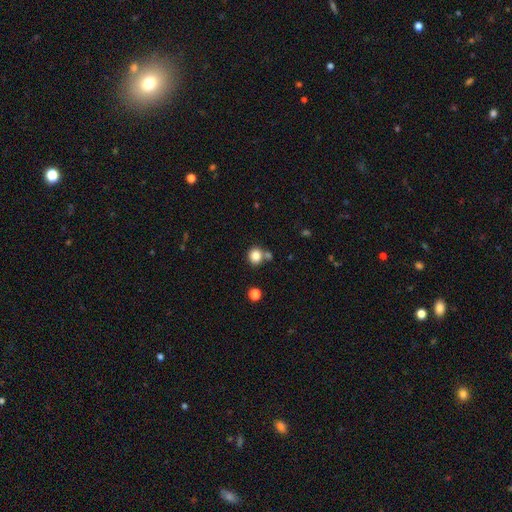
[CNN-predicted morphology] type=smooth (83%); roundness=round (84%); merging=none (68%).